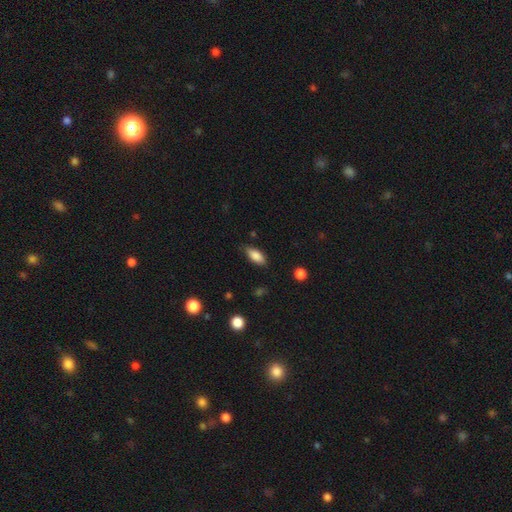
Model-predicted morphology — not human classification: A smooth galaxy with no disk features (83%) that is in between round and cigar-shaped (84%).

Vote fractions:
- Smooth or featured? smooth: 83% / featured or disk: 9% / star or artifact: 7%
- How rounded? in between: 84% / cigar-shaped: 13% / round: 3%
- Merging? none: 77% / minor disturbance: 18% / major disturbance: 4% / merger: 1%